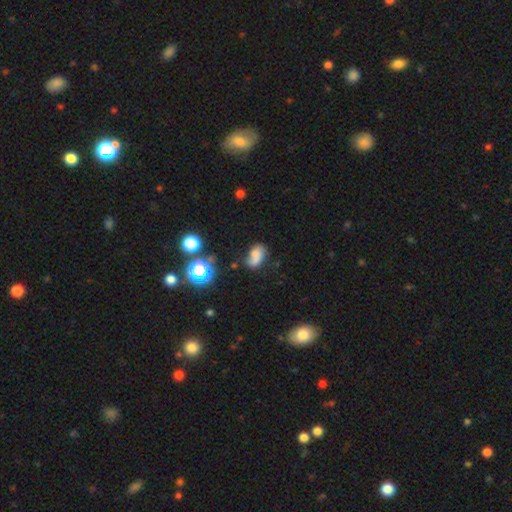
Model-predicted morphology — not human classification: A smooth galaxy with no disk features (62%) that is in between round and cigar-shaped (83%). Merging: none (45%).